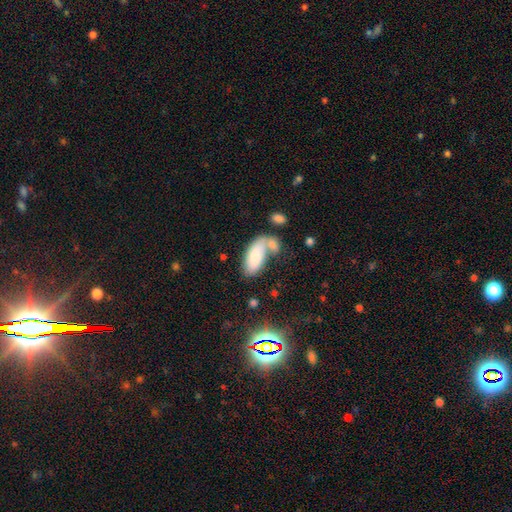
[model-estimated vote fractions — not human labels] The model was most divided on "merging": merger: 39%, none: 35%, minor disturbance: 16%, major disturbance: 9%. More confident: how rounded — in between (89%); smooth or featured — smooth (78%).